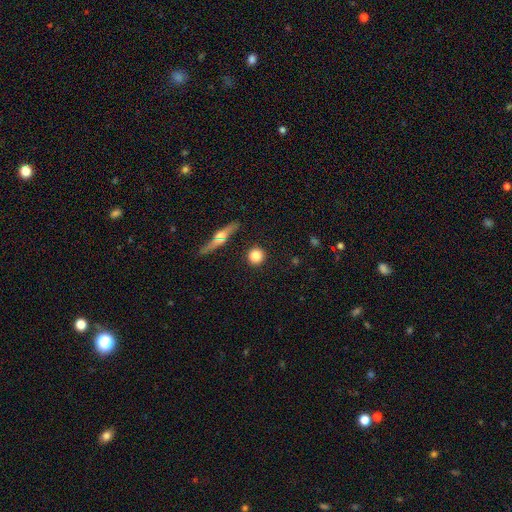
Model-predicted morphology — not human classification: smooth_or_featured: smooth (p=0.82) [alt: featured or disk p=0.10]
how_rounded: round (p=0.91) [alt: in between p=0.07]
merging: none (p=0.89) [alt: minor disturbance p=0.06]